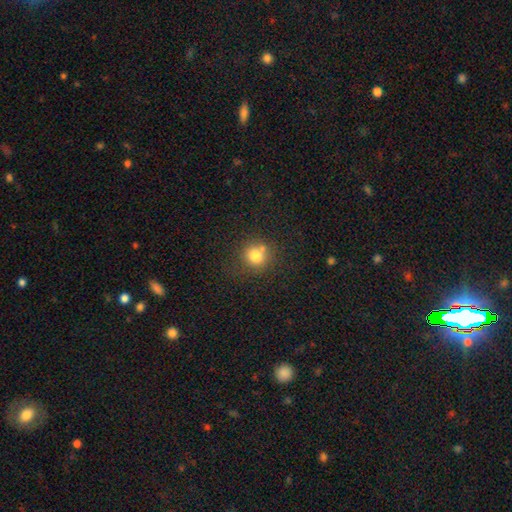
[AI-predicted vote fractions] Q: Smooth or featured?
A: smooth (78%); runner-up: star or artifact (13%)
Q: How rounded?
A: round (87%); runner-up: in between (12%)
Q: Merging?
A: none (64%); runner-up: merger (18%)